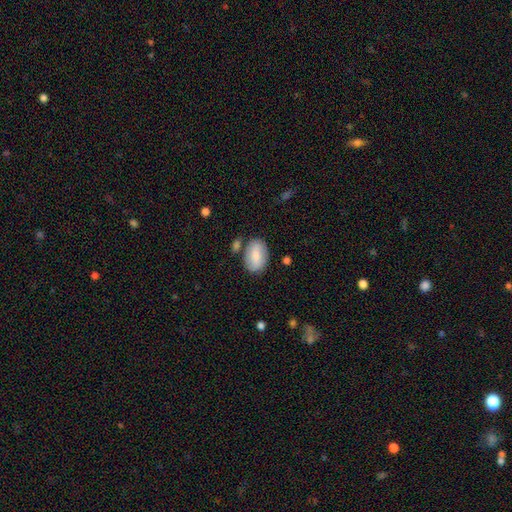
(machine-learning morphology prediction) A smooth galaxy with no disk features (76%) that is in between round and cigar-shaped (88%). Merging: none (74%).